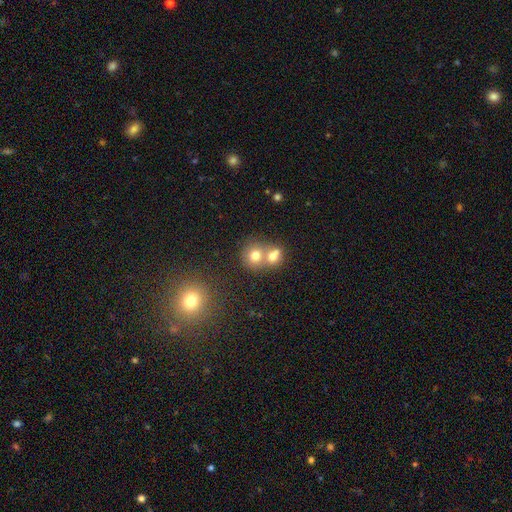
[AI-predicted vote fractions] Q: Smooth or featured?
A: smooth (71%); runner-up: featured or disk (16%)
Q: How rounded?
A: round (78%); runner-up: in between (21%)
Q: Merging?
A: merger (56%); runner-up: none (35%)